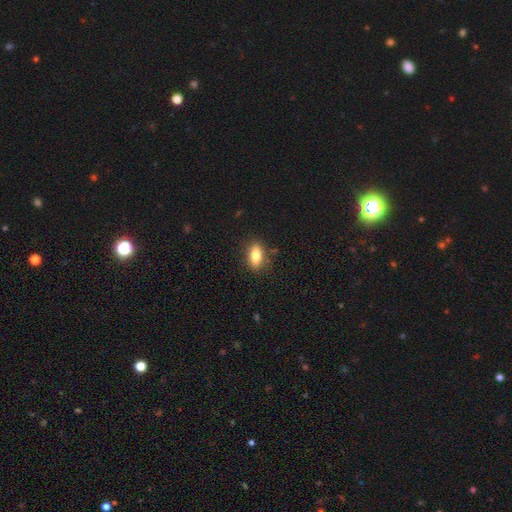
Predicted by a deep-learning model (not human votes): The model was most divided on "smooth or featured": smooth: 78%, featured or disk: 14%, star or artifact: 8%. More confident: how rounded — in between (84%); merging — none (84%).